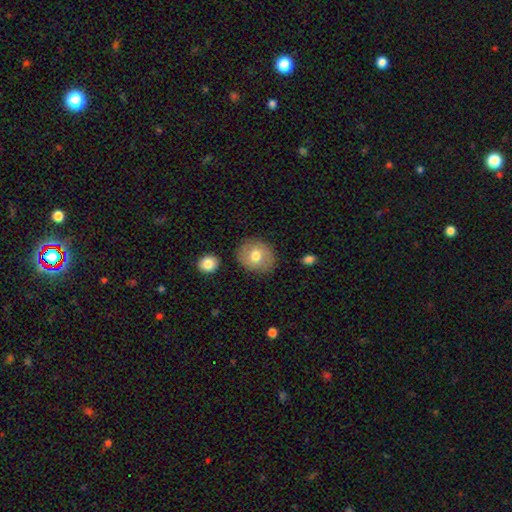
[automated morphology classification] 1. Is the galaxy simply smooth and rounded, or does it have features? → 71% smooth, 22% featured or disk, 8% star or artifact.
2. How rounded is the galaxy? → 70% round, 30% in between, 1% cigar-shaped.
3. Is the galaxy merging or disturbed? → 82% none, 12% minor disturbance, 3% major disturbance, 3% merger.